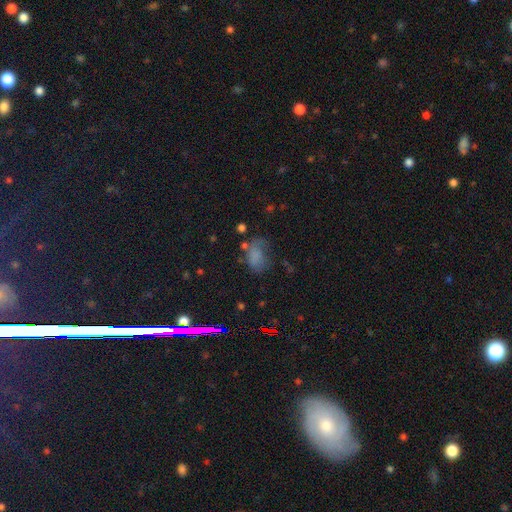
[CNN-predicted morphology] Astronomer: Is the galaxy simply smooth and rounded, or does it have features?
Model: smooth — 63%.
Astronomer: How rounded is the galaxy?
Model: in between — 80%.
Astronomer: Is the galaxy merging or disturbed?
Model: none — 36% (runner-up: major disturbance, 30%).